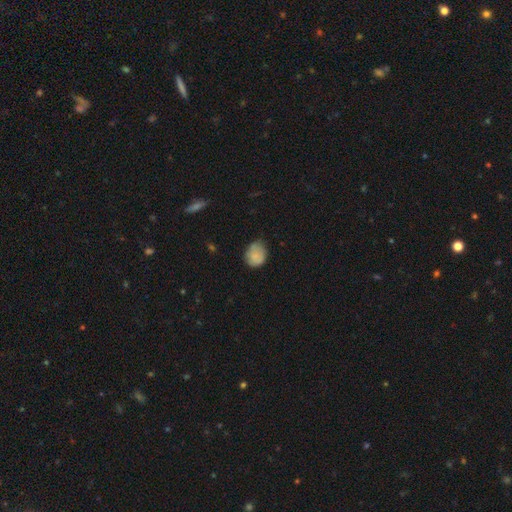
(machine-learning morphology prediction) type=smooth (79%); roundness=round (60%); merging=none (57%).